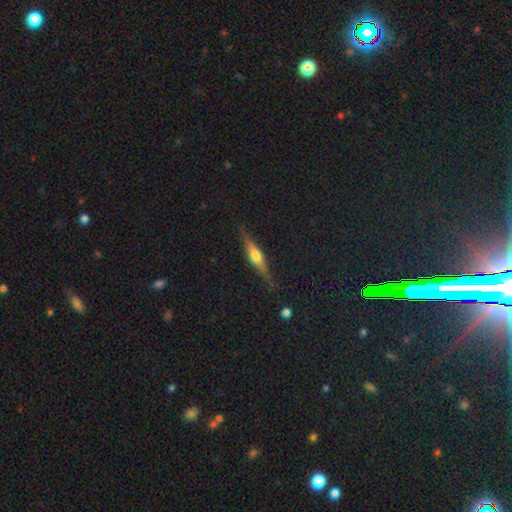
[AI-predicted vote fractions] Smooth or featured: featured or disk — 63% (smooth — 30%)
Edge-on disk: yes — 96% (no — 4%)
Edge-on bulge: rounded — 87% (boxy — 8%)
Merging: none — 86% (minor disturbance — 10%)